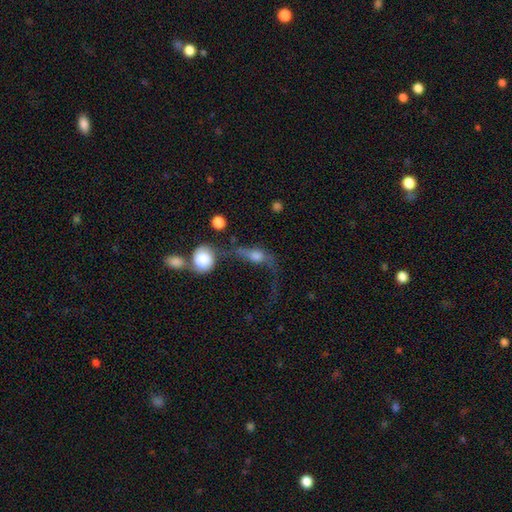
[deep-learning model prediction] Smooth or featured: featured or disk — 47% (smooth — 41%)
Merging: major disturbance — 41% (none — 24%)